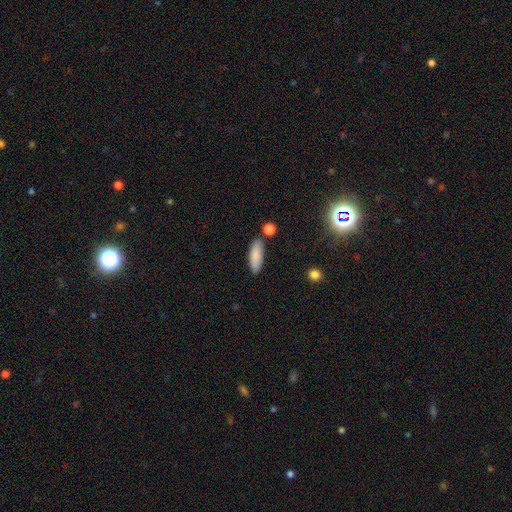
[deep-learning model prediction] Overall: smooth (86%). How rounded: in between (65%; cigar-shaped 33%). Merging: none (80%).